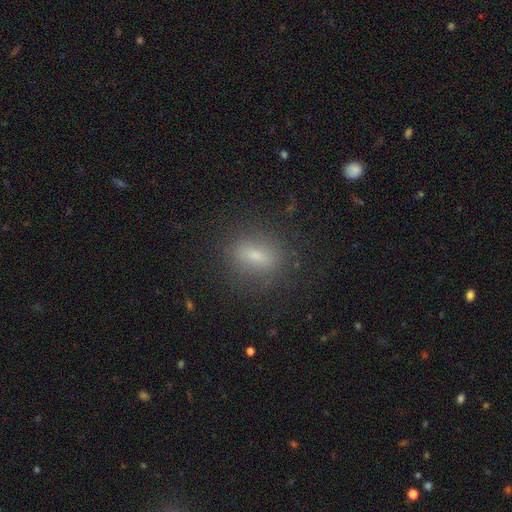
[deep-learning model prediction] Morphology: type=smooth (66%); roundness=in between (62%); merging=none (83%).